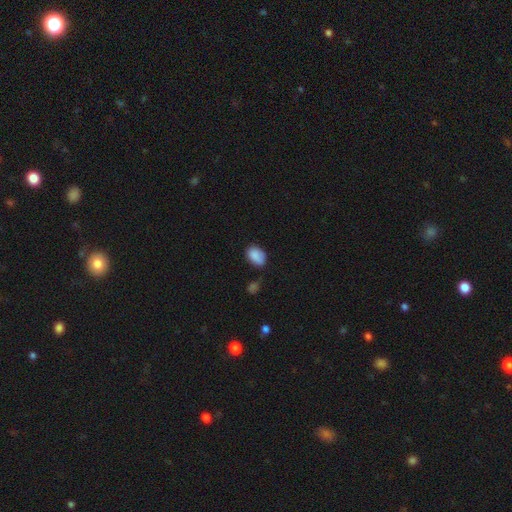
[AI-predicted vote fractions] Smooth or featured?
  - smooth: 85% *
  - star or artifact: 8%
  - featured or disk: 7%
How rounded?
  - in between: 84% *
  - round: 15%
  - cigar-shaped: 1%
Merging?
  - none: 58% *
  - minor disturbance: 30%
  - major disturbance: 6%
  - merger: 5%